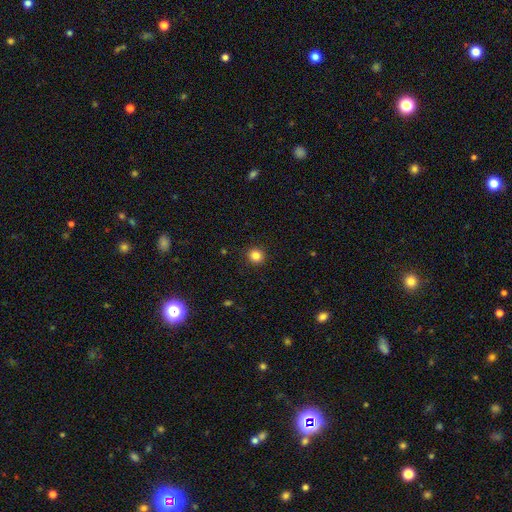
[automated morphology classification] smooth 84%, star or artifact 12%, featured or disk 4%. Down the decision tree: how rounded — round (91%); merging — none (92%).